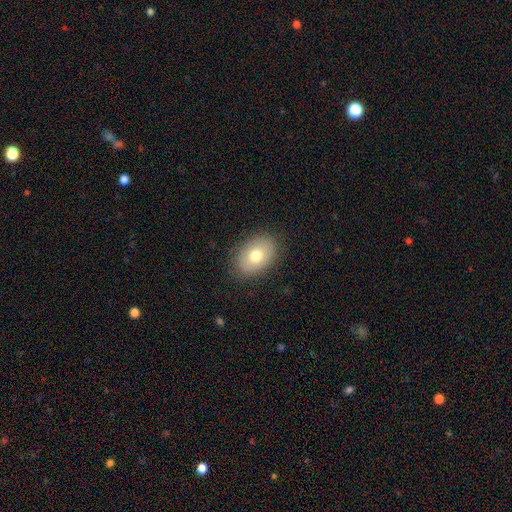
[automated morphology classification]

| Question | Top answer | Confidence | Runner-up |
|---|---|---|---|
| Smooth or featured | smooth | 74% | featured or disk (17%) |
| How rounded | in between | 80% | round (19%) |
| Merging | none | 86% | minor disturbance (10%) |